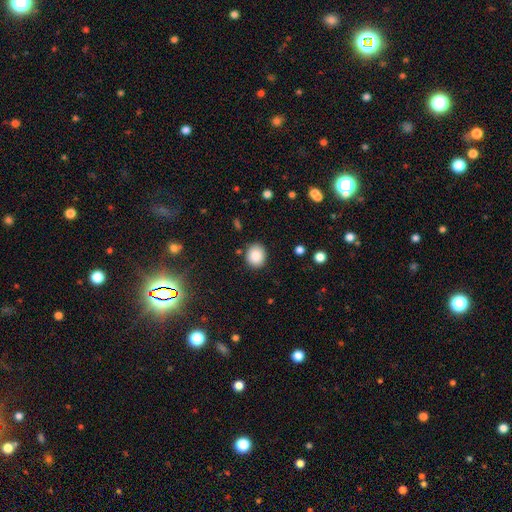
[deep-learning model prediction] smooth 86%, star or artifact 9%, featured or disk 5%. Down the decision tree: how rounded — round (72%); merging — none (87%).